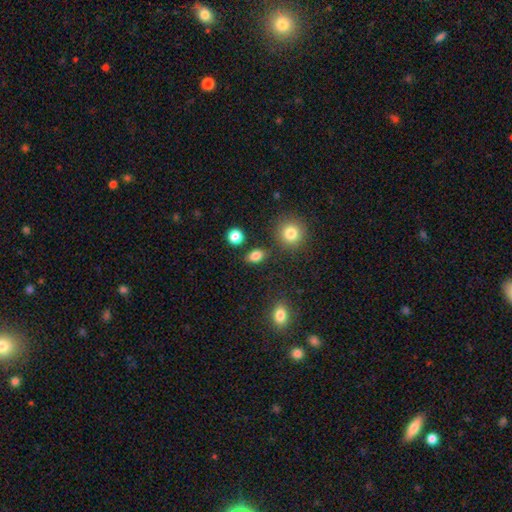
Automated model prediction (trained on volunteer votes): smooth 83%, star or artifact 11%, featured or disk 6%. Down the decision tree: how rounded — in between (70%); merging — none (83%).